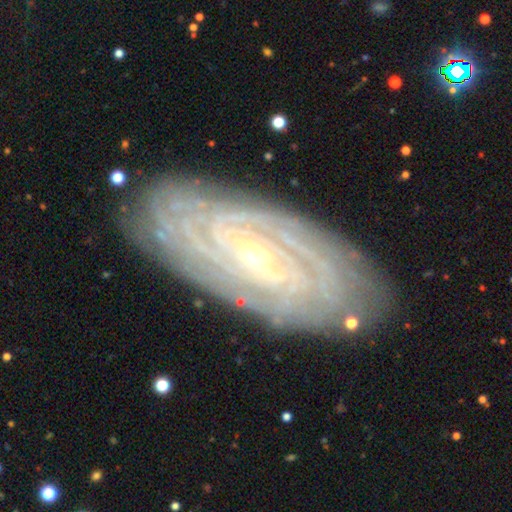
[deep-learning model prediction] Smooth or featured? Predicted: featured or disk (p=0.90). Edge-on disk? Predicted: no (p=0.94). Bar? Predicted: no (p=0.43). Spiral arms? Predicted: yes (p=0.98). Spiral winding? Predicted: tight (p=0.86). Spiral arm count? Predicted: can't tell (p=0.29). Bulge size? Predicted: small (p=0.69). Merging? Predicted: none (p=0.86).